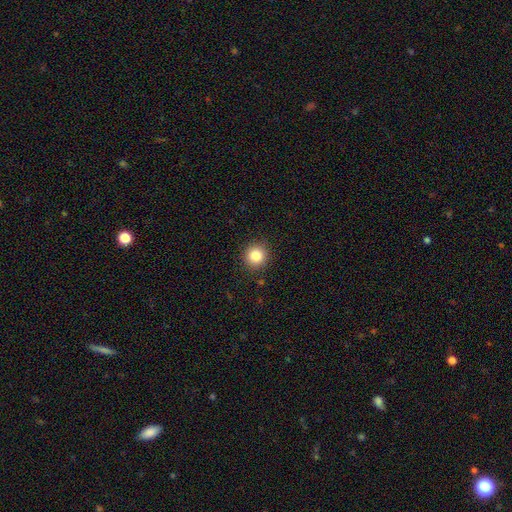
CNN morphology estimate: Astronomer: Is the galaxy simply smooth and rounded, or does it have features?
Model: smooth — 85%.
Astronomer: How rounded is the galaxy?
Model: round — 91%.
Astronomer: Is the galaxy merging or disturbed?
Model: none — 90%.